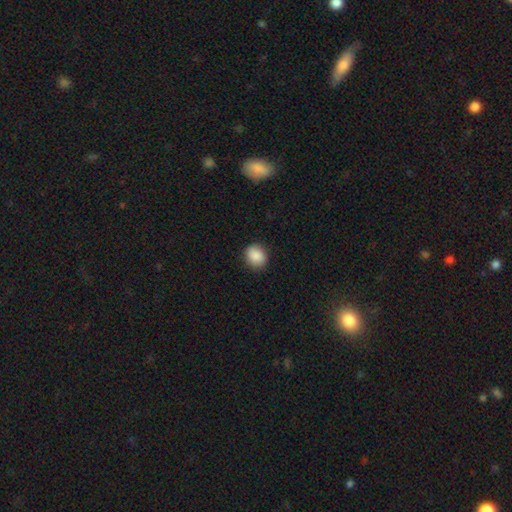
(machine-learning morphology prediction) Q: Smooth or featured?
A: smooth (87%); runner-up: star or artifact (8%)
Q: How rounded?
A: round (73%); runner-up: in between (26%)
Q: Merging?
A: none (87%); runner-up: minor disturbance (10%)